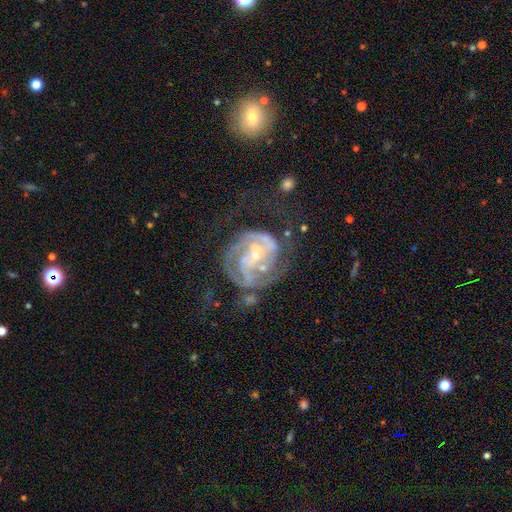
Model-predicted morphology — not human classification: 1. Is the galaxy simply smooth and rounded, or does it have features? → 85% featured or disk, 8% smooth, 7% star or artifact.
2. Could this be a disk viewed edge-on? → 98% no, 2% yes.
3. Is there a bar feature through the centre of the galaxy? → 53% no, 31% weak, 16% strong.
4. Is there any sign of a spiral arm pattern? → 89% yes, 11% no.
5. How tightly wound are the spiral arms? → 47% tight, 39% medium, 13% loose.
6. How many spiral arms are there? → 47% 2, 20% can't tell, 17% 3, 7% 1, 5% 4, 4% more than 4.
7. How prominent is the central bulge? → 72% small, 19% moderate, 6% none, 2% large, 1% dominant.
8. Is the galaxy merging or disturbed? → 48% none, 23% major disturbance, 19% minor disturbance, 10% merger.